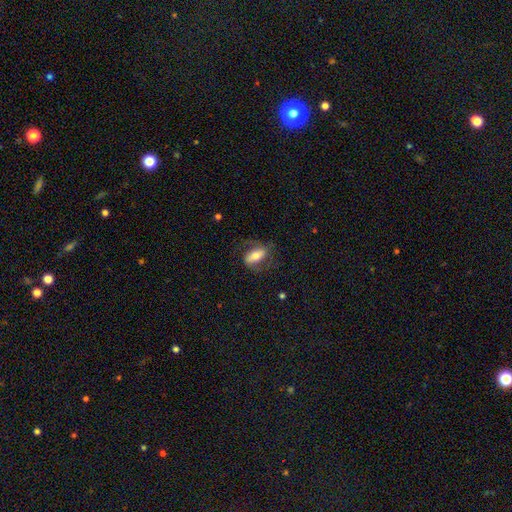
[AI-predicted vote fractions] Morphology: type=smooth (47%); merging=none (63%).